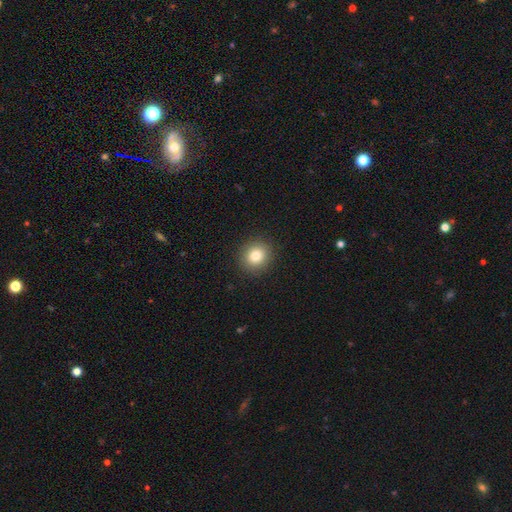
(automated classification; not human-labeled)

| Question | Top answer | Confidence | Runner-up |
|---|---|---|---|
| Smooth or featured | smooth | 81% | star or artifact (11%) |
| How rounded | round | 86% | in between (13%) |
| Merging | none | 91% | minor disturbance (6%) |